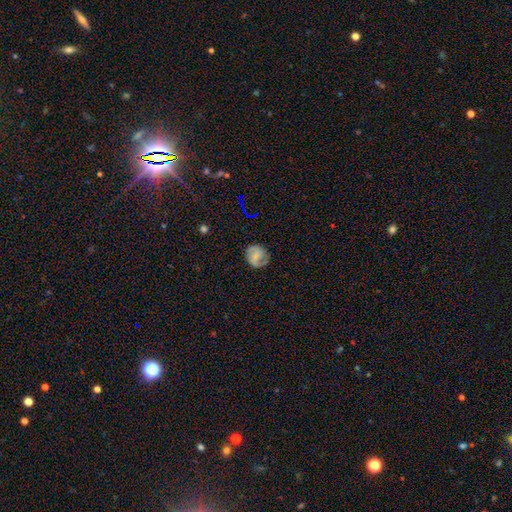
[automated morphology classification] Smooth or featured? Predicted: featured or disk (p=0.52). Edge-on disk? Predicted: no (p=0.97). Bar? Predicted: no (p=0.44). Spiral arms? Predicted: yes (p=0.88). Bulge size? Predicted: small (p=0.42). Merging? Predicted: none (p=0.75).